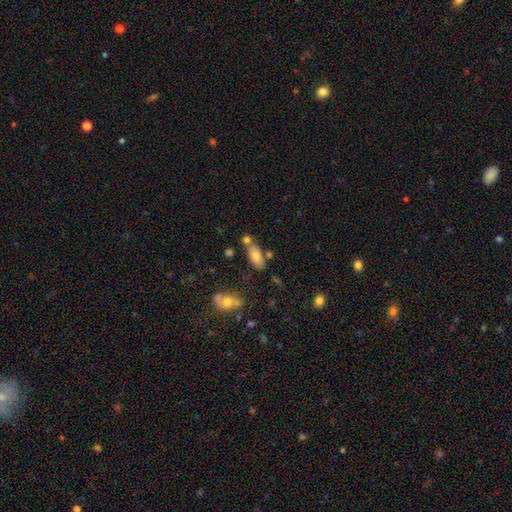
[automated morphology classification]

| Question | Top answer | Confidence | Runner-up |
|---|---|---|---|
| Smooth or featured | smooth | 75% | featured or disk (16%) |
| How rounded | in between | 85% | cigar-shaped (12%) |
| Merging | none | 59% | merger (21%) |